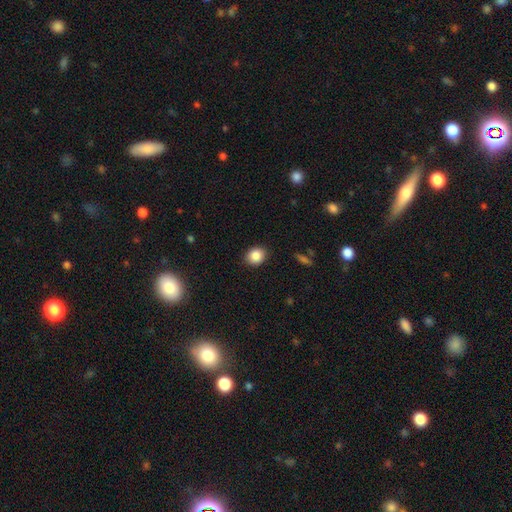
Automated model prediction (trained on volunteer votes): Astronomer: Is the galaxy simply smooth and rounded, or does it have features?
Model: smooth — 86%.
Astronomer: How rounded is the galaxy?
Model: round — 62%.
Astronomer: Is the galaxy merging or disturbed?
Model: none — 88%.